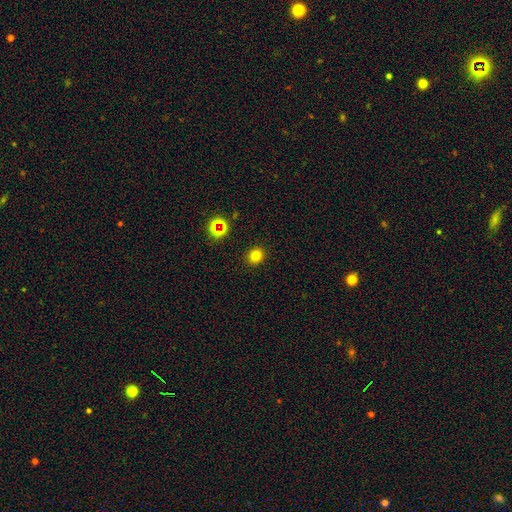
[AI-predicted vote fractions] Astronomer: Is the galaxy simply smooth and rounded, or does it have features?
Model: smooth — 77%.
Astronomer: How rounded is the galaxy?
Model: round — 78%.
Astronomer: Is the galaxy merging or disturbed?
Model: none — 91%.